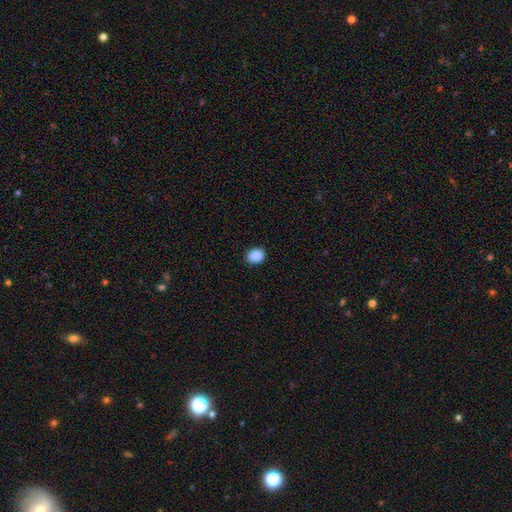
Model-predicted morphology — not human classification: This appears to be a smooth galaxy with no disk features (89%) that is round (56%). Merging: none (89%).